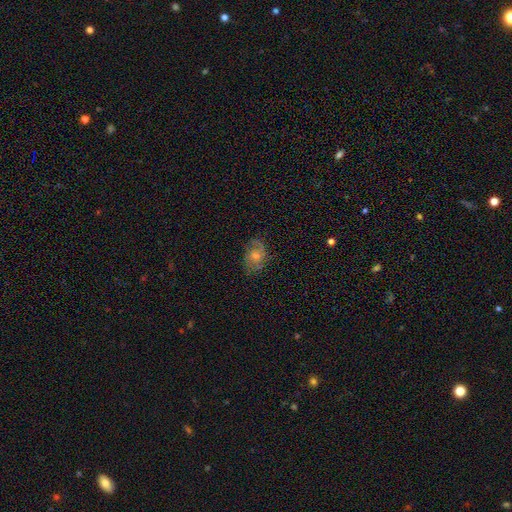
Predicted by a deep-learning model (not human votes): featured or disk 63%, smooth 25%, star or artifact 13%. Down the decision tree: edge-on disk — no (95%); bar — no (77%); spiral arms — yes (86%); spiral arm count — 2 (55%); spiral winding — medium (42%); bulge size — moderate (56%); merging — none (75%).